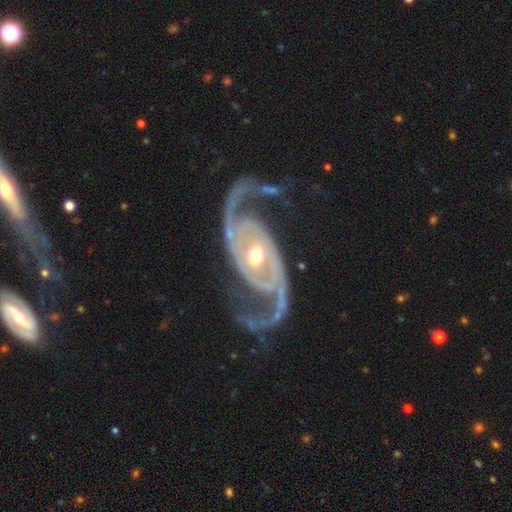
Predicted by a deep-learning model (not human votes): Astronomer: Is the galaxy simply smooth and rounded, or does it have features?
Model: featured or disk — 92%.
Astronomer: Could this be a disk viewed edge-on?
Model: no — 97%.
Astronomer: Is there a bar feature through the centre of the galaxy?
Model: no — 62%.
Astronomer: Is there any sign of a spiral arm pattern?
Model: yes — 94%.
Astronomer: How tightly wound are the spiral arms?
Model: medium — 40% (runner-up: loose, 38%).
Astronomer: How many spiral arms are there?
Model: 2 — 91%.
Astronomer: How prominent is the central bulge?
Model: moderate — 69%.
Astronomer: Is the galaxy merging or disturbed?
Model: none — 66%.